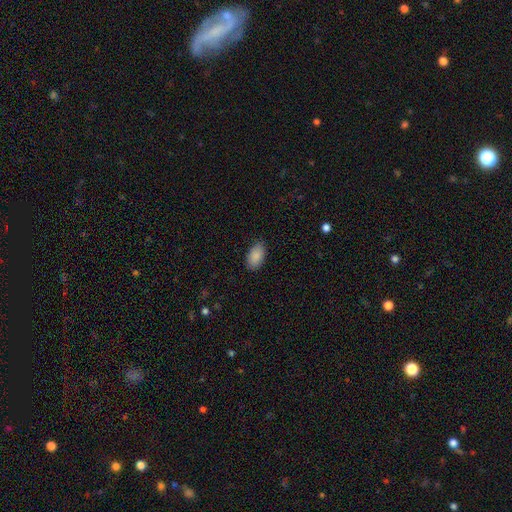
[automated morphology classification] Smooth or featured? smooth (89%)
How rounded? in between (94%)
Merging? none (85%)